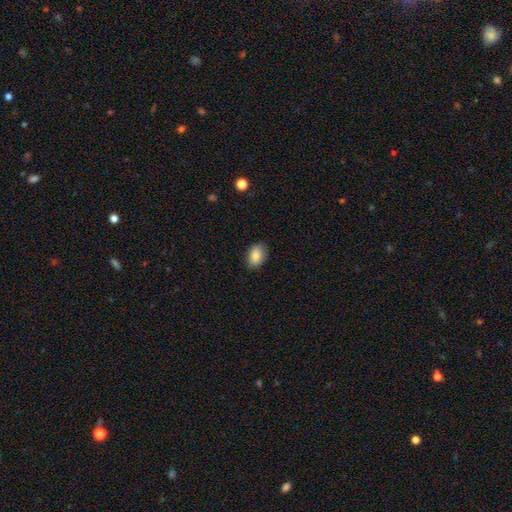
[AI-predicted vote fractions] Smooth or featured: smooth — 84% (featured or disk — 8%)
How rounded: in between — 84% (round — 15%)
Merging: none — 84% (minor disturbance — 13%)